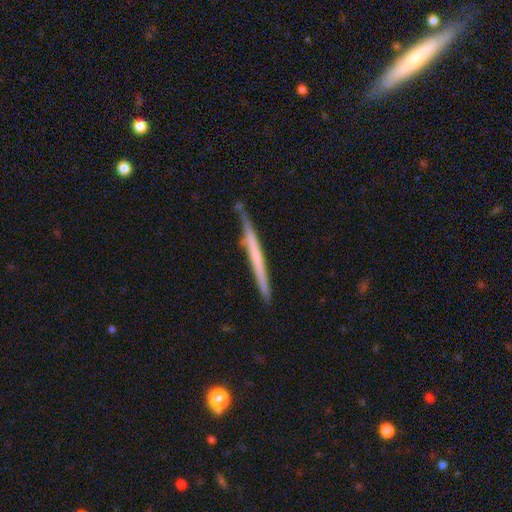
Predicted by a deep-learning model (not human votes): featured or disk 55%, smooth 40%, star or artifact 6%. Down the decision tree: edge-on disk — yes (96%); edge-on bulge — none (86%); merging — none (80%).